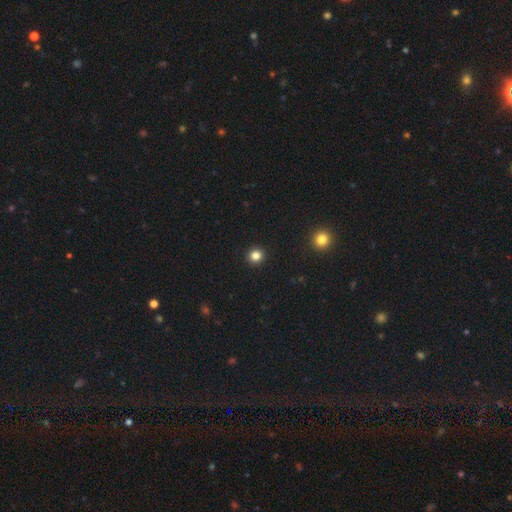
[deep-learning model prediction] Morphology: type=smooth (82%); roundness=round (90%); merging=none (93%).